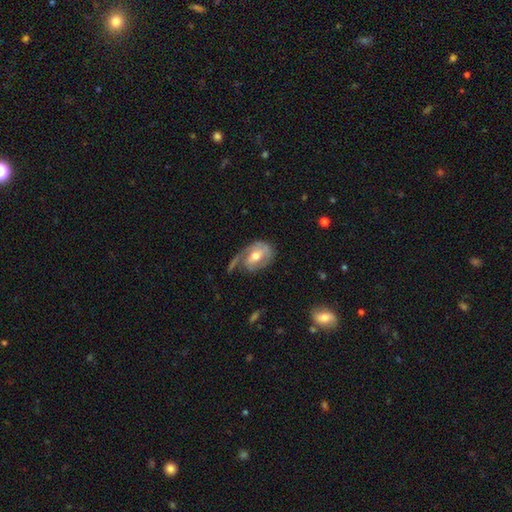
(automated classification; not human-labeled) A featured or disk galaxy (64%) with no bar (42%), spiral arms (75%) and a moderate central bulge (72%).

Vote fractions:
- Smooth or featured? featured or disk: 64% / smooth: 29% / star or artifact: 7%
- Edge-on disk? no: 95% / yes: 5%
- Bar? no: 42% / weak: 41% / strong: 17%
- Spiral arms? yes: 75% / no: 25%
- Bulge size? moderate: 72% / small: 19% / large: 7% / none: 1% / dominant: 1%
- Merging? none: 38% / major disturbance: 32% / minor disturbance: 24% / merger: 5%